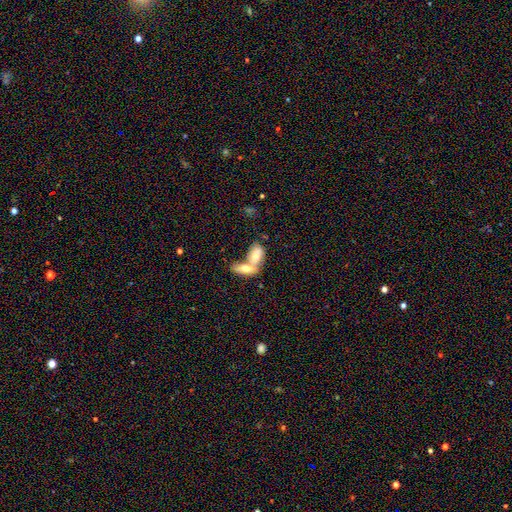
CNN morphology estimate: type=smooth (67%); roundness=in between (87%); merging=merger (72%).